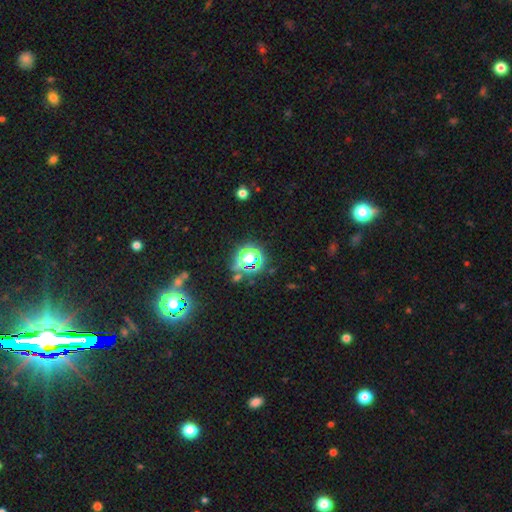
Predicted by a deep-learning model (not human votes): Smooth or featured?
  - star or artifact: 65% *
  - smooth: 25%
  - featured or disk: 10%